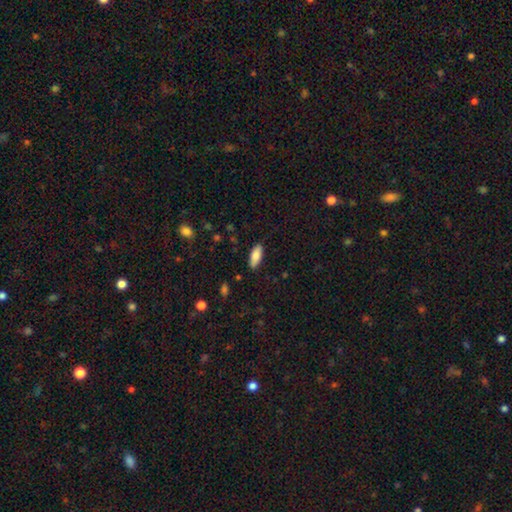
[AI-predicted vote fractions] This appears to be a smooth galaxy with no disk features (82%) that is in between round and cigar-shaped (75%). Merging: none (87%).